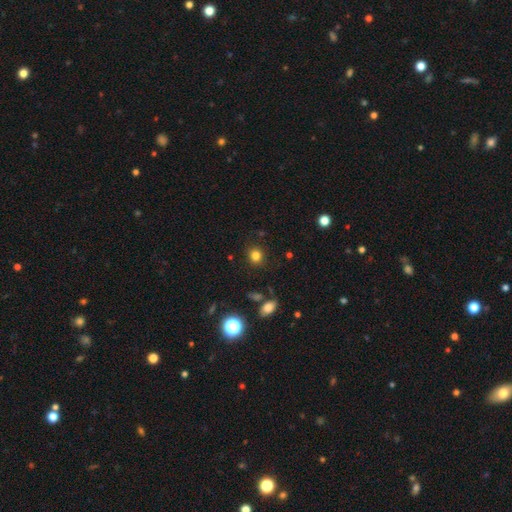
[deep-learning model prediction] This appears to be a smooth galaxy with no disk features (81%) that is round (83%). Merging: none (87%).